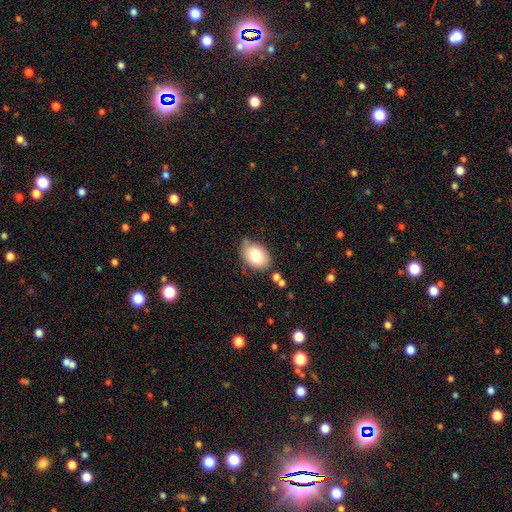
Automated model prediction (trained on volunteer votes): smooth-or-featured: smooth: 79% | featured or disk: 13% | star or artifact: 8%
  how-rounded: in between: 74% | round: 25% | cigar-shaped: 1%
  merging: none: 69% | minor disturbance: 21% | merger: 5% | major disturbance: 5%